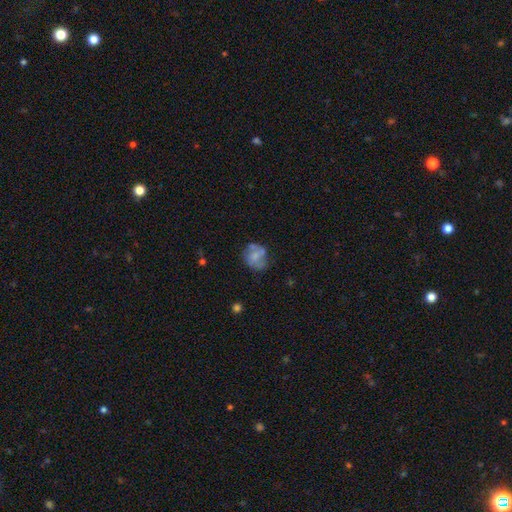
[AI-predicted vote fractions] smooth 52%, featured or disk 38%, star or artifact 9%. Down the decision tree: how rounded — round (64%); merging — none (49%).